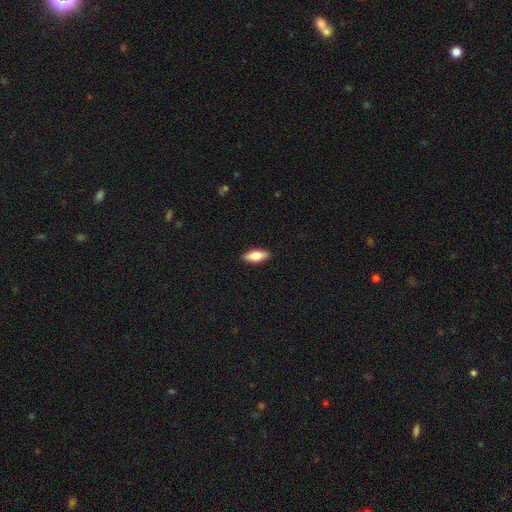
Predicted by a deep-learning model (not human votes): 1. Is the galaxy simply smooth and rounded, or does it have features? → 74% smooth, 20% featured or disk, 6% star or artifact.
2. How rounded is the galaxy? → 74% in between, 23% cigar-shaped, 3% round.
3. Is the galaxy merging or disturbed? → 89% none, 8% minor disturbance, 2% major disturbance, 1% merger.